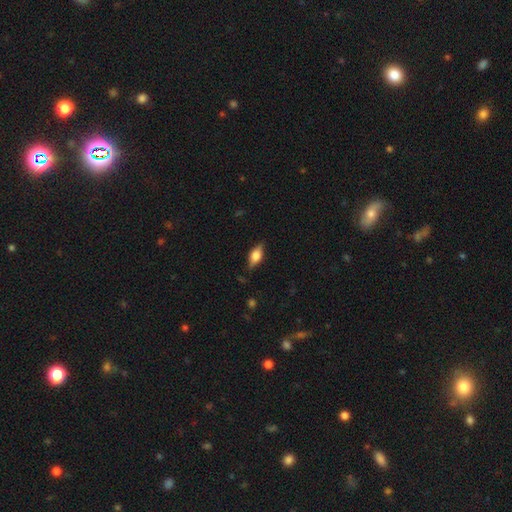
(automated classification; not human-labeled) Smooth or featured?
  - smooth: 59% *
  - featured or disk: 34%
  - star or artifact: 7%
How rounded?
  - in between: 81% *
  - cigar-shaped: 15%
  - round: 5%
Merging?
  - none: 80% *
  - minor disturbance: 15%
  - major disturbance: 3%
  - merger: 1%